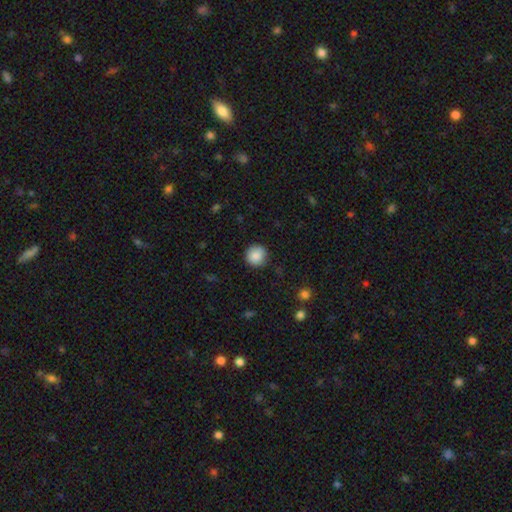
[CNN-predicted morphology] smooth_or_featured: smooth (p=0.87) [alt: star or artifact p=0.08]
how_rounded: round (p=0.93) [alt: in between p=0.06]
merging: none (p=0.85) [alt: minor disturbance p=0.11]